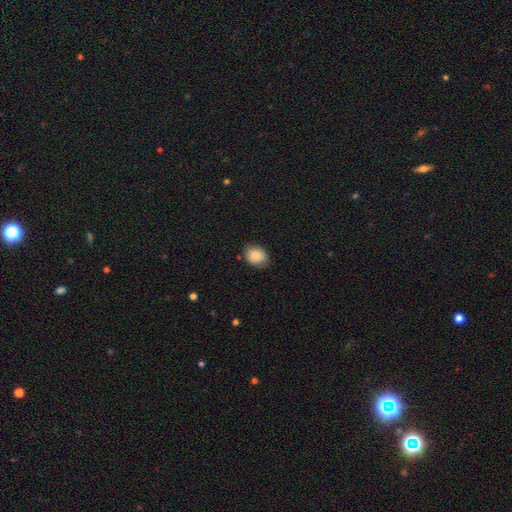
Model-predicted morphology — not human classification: Smooth or featured? Predicted: smooth (p=0.87). How rounded? Predicted: in between (p=0.59). Merging? Predicted: none (p=0.80).